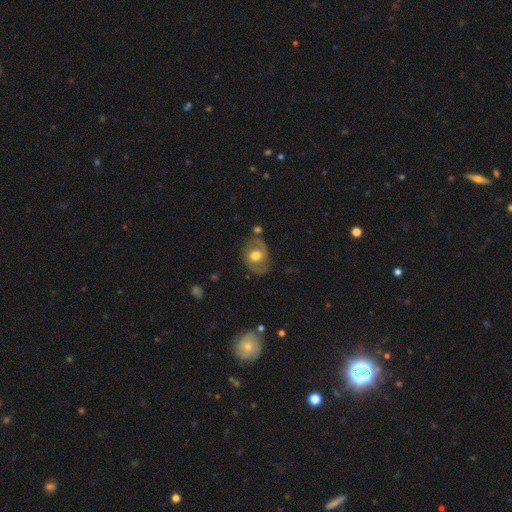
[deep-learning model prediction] This is possibly a featured or disk galaxy (50%). It is clearly not viewed edge-on (95%). Merging: likely none (70%).